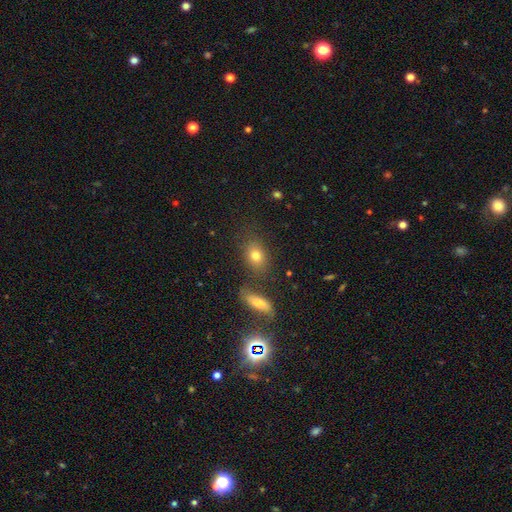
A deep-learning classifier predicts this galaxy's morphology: This appears to be a smooth galaxy with no disk features (76%) that is in between round and cigar-shaped (68%). Merging: none (69%).